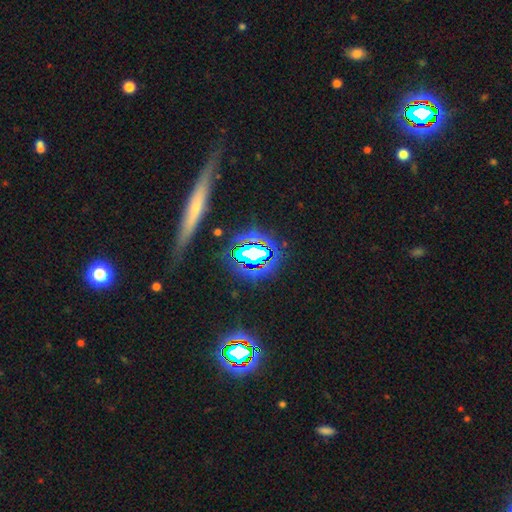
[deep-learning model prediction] Morphology: type=star or artifact (54%).